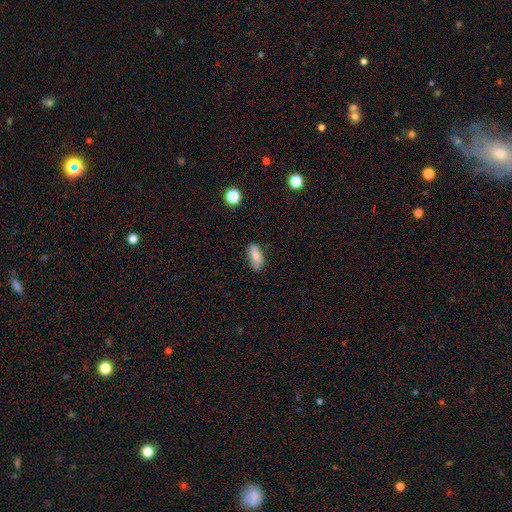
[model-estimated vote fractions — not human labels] Q: Smooth or featured?
A: smooth (81%); runner-up: featured or disk (11%)
Q: How rounded?
A: in between (81%); runner-up: cigar-shaped (15%)
Q: Merging?
A: none (75%); runner-up: minor disturbance (19%)